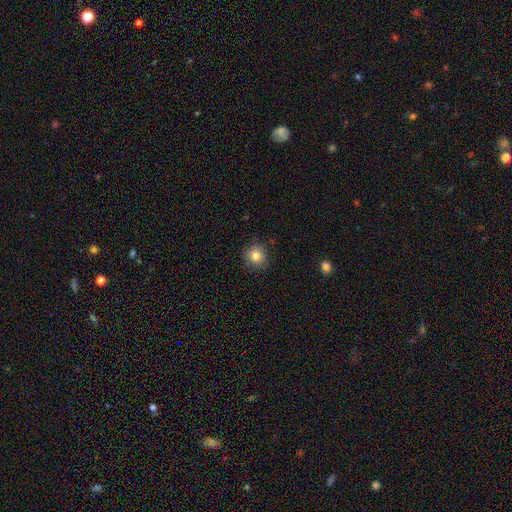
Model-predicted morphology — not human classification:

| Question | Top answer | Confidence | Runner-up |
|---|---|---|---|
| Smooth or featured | smooth | 82% | star or artifact (11%) |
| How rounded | round | 90% | in between (9%) |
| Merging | none | 86% | minor disturbance (11%) |